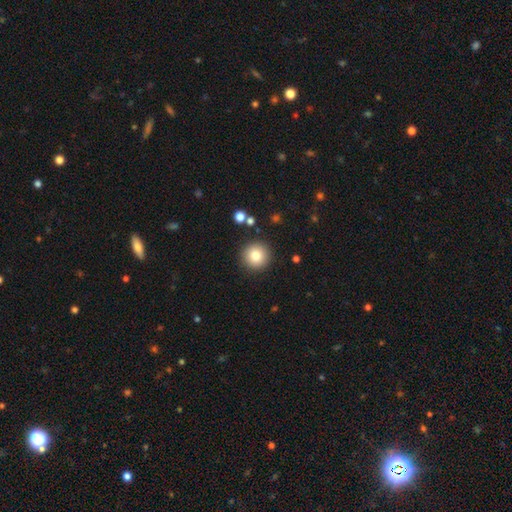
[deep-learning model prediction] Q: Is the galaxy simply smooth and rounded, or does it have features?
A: smooth — 80%.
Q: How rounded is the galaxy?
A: round — 96%.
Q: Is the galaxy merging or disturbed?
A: none — 90%.